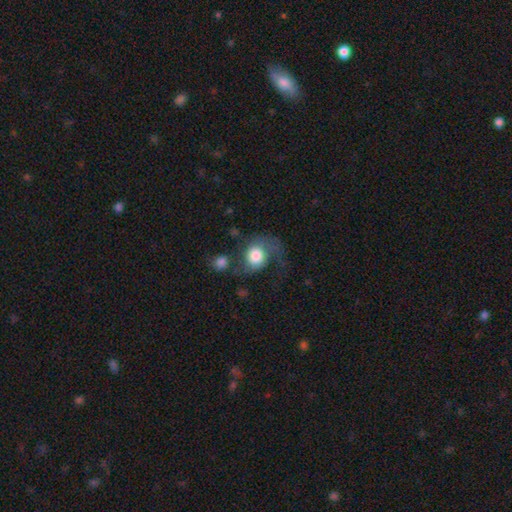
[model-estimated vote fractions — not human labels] Overall: smooth (56%; featured or disk 36%). How rounded: round (64%; in between 35%). Merging: major disturbance (38%; none 32%).